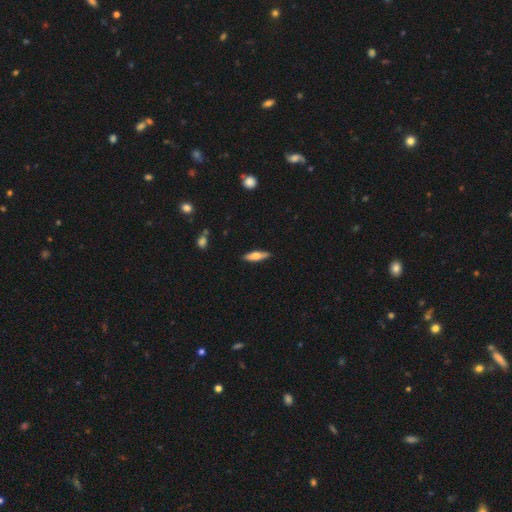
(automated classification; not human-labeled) smooth 60%, featured or disk 34%, star or artifact 6%. Down the decision tree: how rounded — cigar-shaped (56%); merging — none (88%).